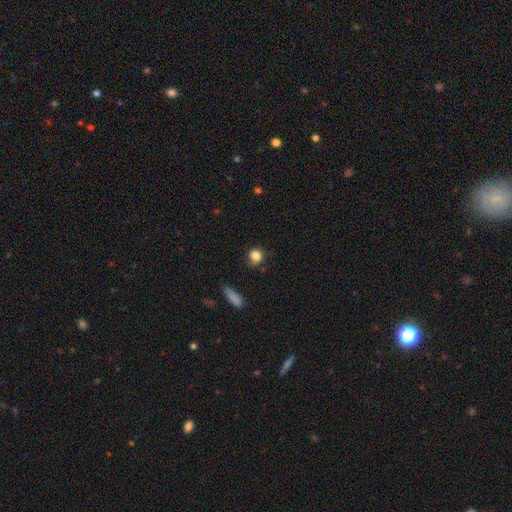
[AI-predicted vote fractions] A smooth galaxy with no disk features (83%) that is round (78%).

Vote fractions:
- Smooth or featured? smooth: 83% / star or artifact: 10% / featured or disk: 7%
- How rounded? round: 78% / in between: 20% / cigar-shaped: 2%
- Merging? none: 66% / minor disturbance: 24% / major disturbance: 7% / merger: 3%